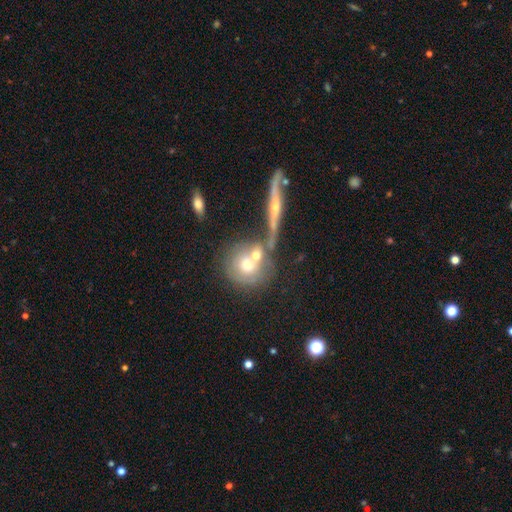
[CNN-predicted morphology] smooth 54%, featured or disk 36%, star or artifact 10%. Down the decision tree: how rounded — round (80%); merging — merger (48%).